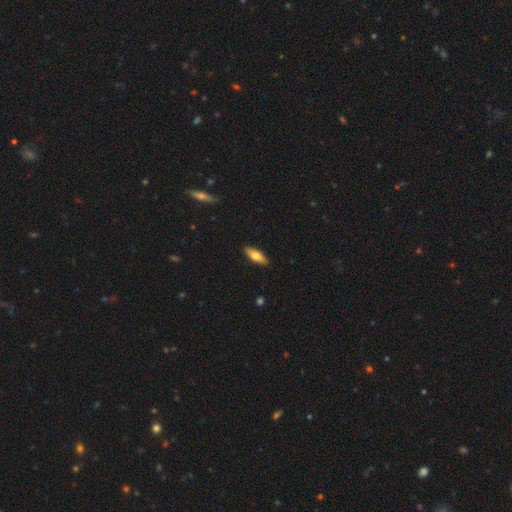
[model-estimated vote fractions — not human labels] Smooth or featured?
  - smooth: 71% *
  - featured or disk: 23%
  - star or artifact: 6%
How rounded?
  - in between: 65% *
  - cigar-shaped: 33%
  - round: 2%
Merging?
  - none: 89% *
  - minor disturbance: 8%
  - major disturbance: 2%
  - merger: 1%